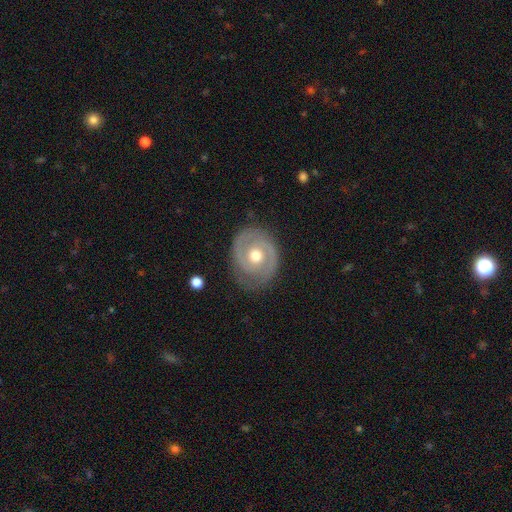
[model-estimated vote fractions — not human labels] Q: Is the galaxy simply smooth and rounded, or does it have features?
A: featured or disk — 80%.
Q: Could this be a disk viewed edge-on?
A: no — 97%.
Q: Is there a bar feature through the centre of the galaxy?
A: no — 74%.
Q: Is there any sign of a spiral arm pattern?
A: yes — 87%.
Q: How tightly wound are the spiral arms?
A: tight — 60%.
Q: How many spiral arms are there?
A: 2 — 76%.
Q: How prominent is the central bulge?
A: moderate — 78%.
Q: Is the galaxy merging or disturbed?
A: none — 76%.